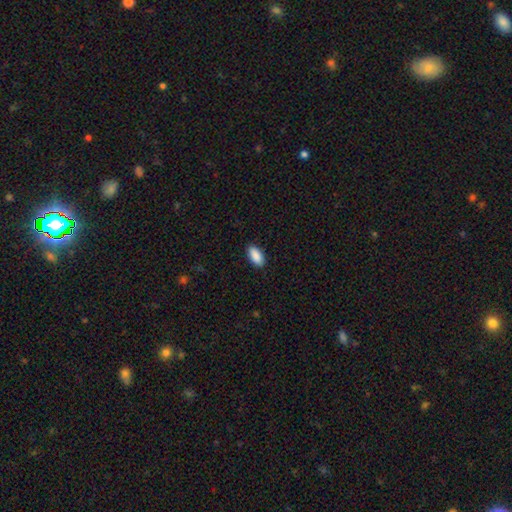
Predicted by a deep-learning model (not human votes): Smooth or featured? Predicted: smooth (p=0.90). How rounded? Predicted: in between (p=0.91). Merging? Predicted: none (p=0.89).